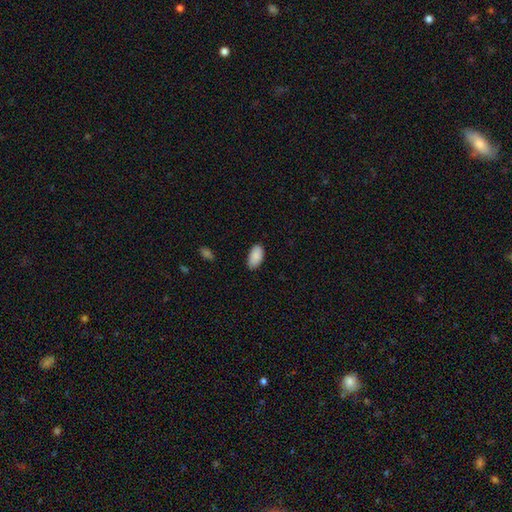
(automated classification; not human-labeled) smooth 90%, star or artifact 6%, featured or disk 4%. Down the decision tree: how rounded — in between (95%); merging — none (83%).